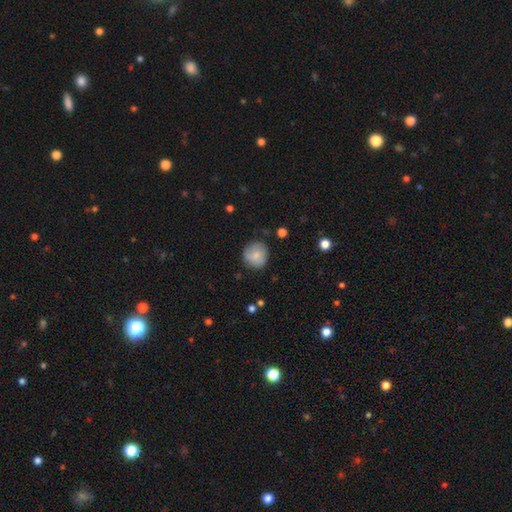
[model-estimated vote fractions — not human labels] Smooth or featured? smooth (78%)
How rounded? round (89%)
Merging? none (77%)